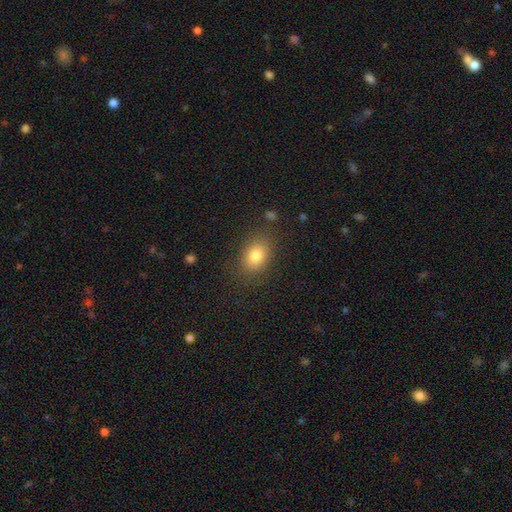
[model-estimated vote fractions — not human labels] smooth 80%, star or artifact 11%, featured or disk 9%. Down the decision tree: how rounded — in between (69%); merging — none (83%).